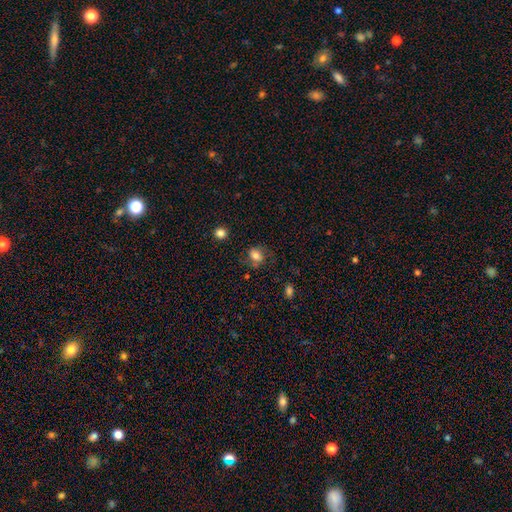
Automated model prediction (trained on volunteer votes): smooth-or-featured: smooth: 72% | featured or disk: 17% | star or artifact: 11%
  how-rounded: in between: 56% | round: 43% | cigar-shaped: 1%
  merging: none: 65% | minor disturbance: 21% | major disturbance: 10% | merger: 4%